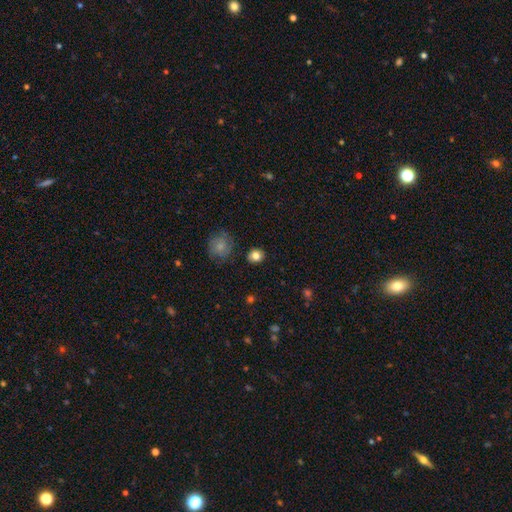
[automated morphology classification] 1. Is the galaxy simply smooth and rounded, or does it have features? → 82% smooth, 11% star or artifact, 7% featured or disk.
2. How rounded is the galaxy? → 79% round, 20% in between, 1% cigar-shaped.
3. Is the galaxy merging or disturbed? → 87% none, 9% minor disturbance, 3% major disturbance, 2% merger.